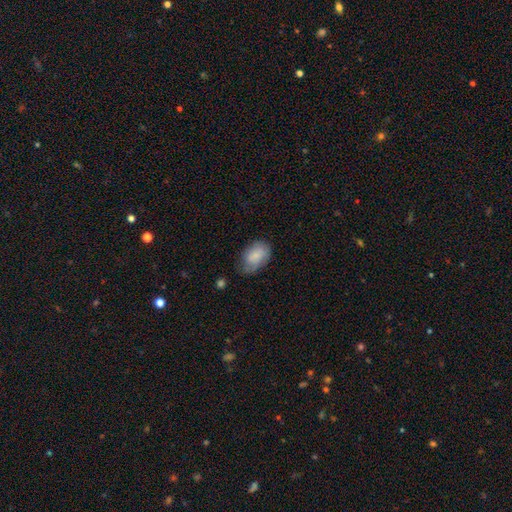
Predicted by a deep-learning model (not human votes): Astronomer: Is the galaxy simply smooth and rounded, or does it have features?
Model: smooth — 77%.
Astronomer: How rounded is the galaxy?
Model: in between — 87%.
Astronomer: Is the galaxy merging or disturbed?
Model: none — 56% (runner-up: minor disturbance, 32%).